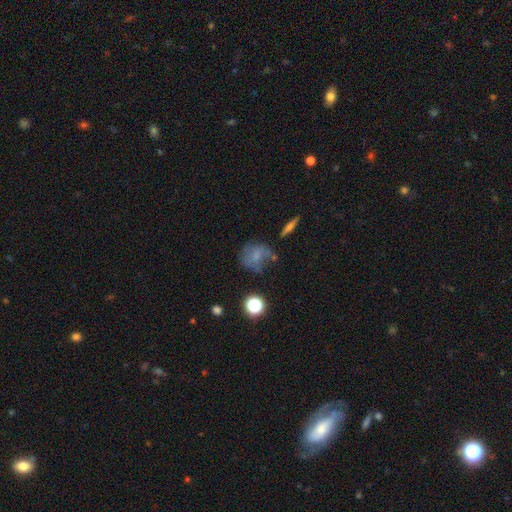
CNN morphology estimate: Smooth or featured? Predicted: smooth (p=0.55). How rounded? Predicted: round (p=0.66). Merging? Predicted: none (p=0.49).